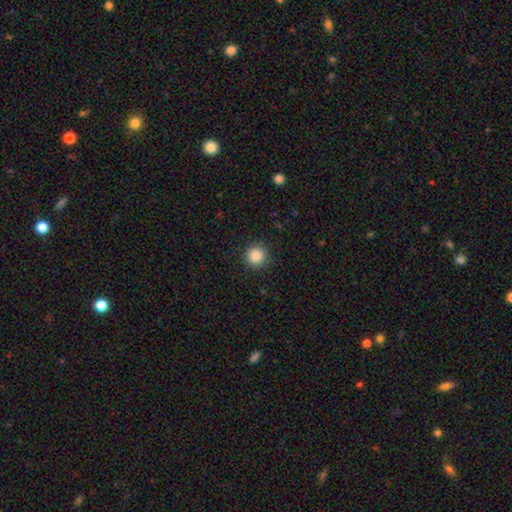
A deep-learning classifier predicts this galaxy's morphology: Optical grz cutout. It shows a smooth galaxy with no disk features (87%) that is round (95%). Merging: none (91%).